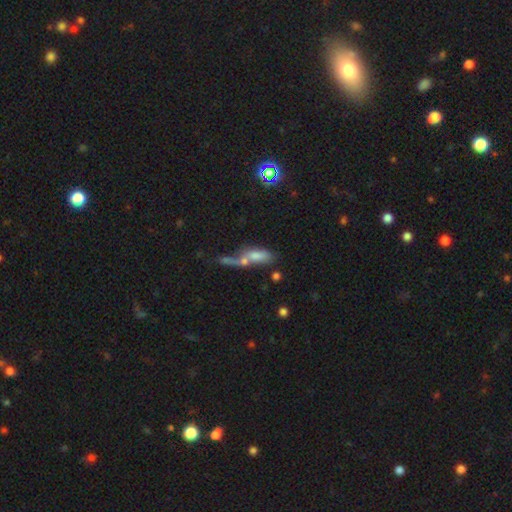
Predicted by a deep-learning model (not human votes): The model was most divided on "how rounded": in between: 59%, cigar-shaped: 36%, round: 5%. Remaining: smooth or featured — smooth (57%); merging — merger (48%).